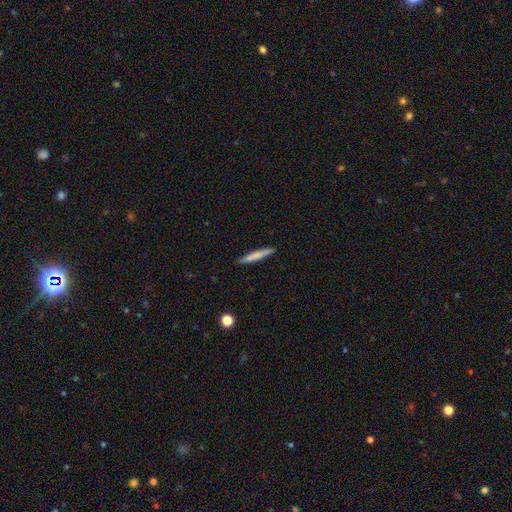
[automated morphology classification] This is likely a smooth galaxy (73%). How rounded: clearly cigar-shaped (95%). Merging: clearly none (90%).